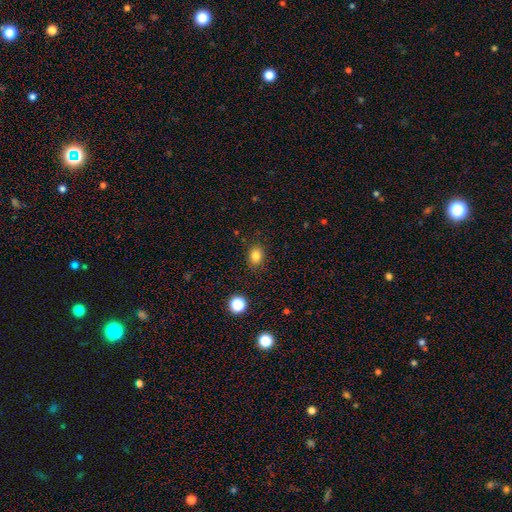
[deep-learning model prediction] A smooth galaxy with no disk features (82%) that is in between round and cigar-shaped (55%). Merging: none (86%).